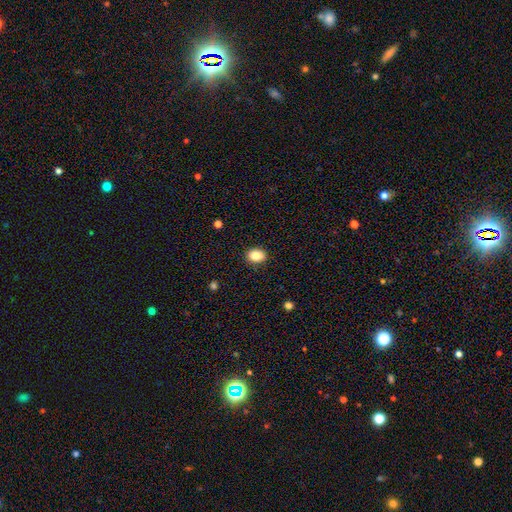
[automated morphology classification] Smooth or featured? Predicted: smooth (p=0.86). How rounded? Predicted: in between (p=0.65). Merging? Predicted: none (p=0.90).